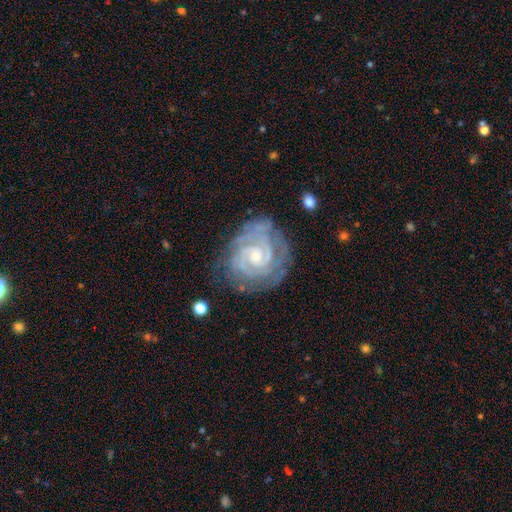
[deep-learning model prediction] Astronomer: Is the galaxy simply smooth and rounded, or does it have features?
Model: featured or disk — 89%.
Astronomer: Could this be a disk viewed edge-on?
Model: no — 98%.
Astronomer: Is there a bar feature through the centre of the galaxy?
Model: no — 58% (runner-up: weak, 34%).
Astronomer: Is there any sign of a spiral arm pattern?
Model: yes — 98%.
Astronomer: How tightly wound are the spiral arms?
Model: tight — 77%.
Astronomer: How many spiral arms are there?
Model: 2 — 41% (runner-up: 3, 22%).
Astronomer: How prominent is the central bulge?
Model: small — 63%.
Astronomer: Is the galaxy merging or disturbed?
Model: none — 75%.